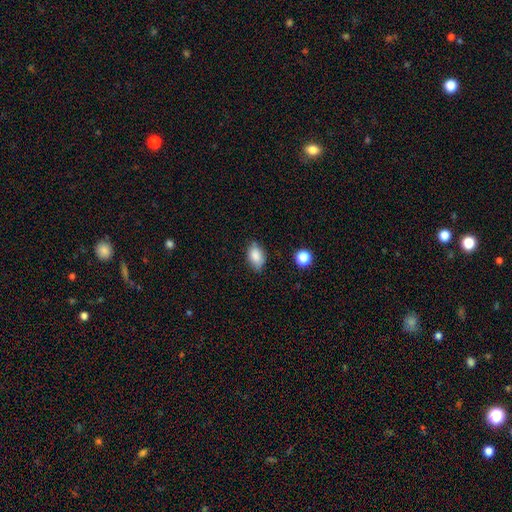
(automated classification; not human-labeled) smooth_or_featured: smooth (p=0.84) [alt: star or artifact p=0.08]
how_rounded: in between (p=0.87) [alt: round p=0.11]
merging: none (p=0.73) [alt: minor disturbance p=0.21]